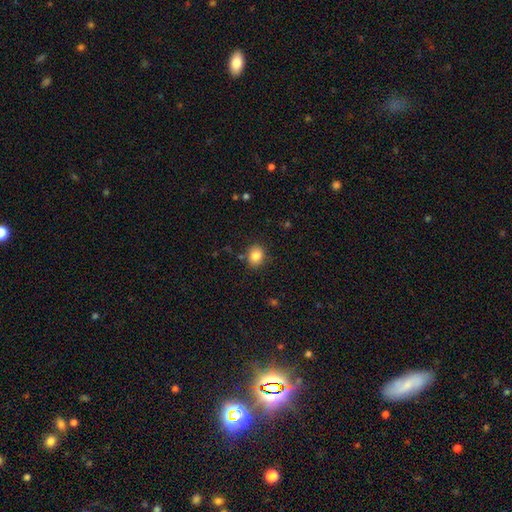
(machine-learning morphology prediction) Smooth or featured? smooth (84%)
How rounded? round (67%)
Merging? none (83%)